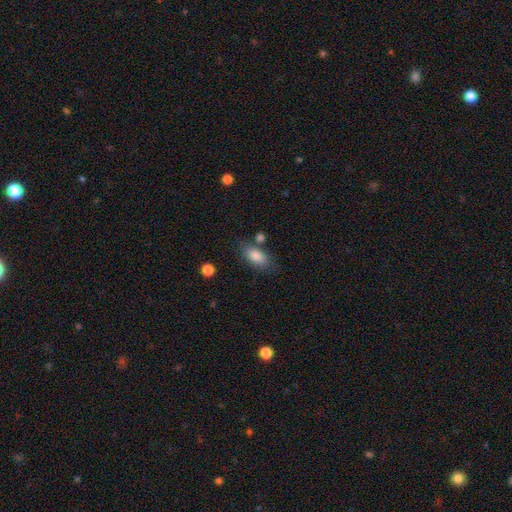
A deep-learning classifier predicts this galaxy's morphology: smooth-or-featured: smooth: 85% | featured or disk: 8% | star or artifact: 7%
  how-rounded: in between: 89% | cigar-shaped: 7% | round: 5%
  merging: none: 71% | minor disturbance: 16% | merger: 8% | major disturbance: 5%